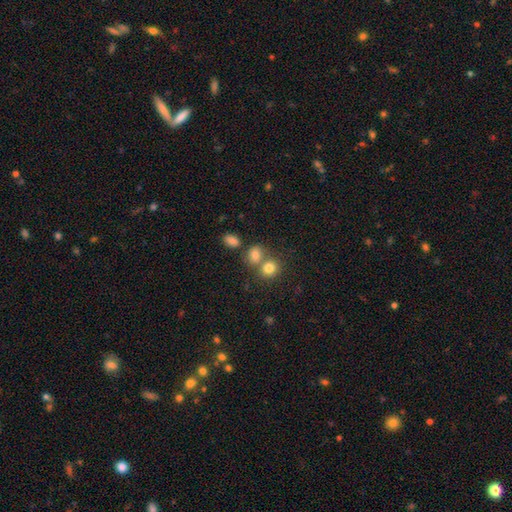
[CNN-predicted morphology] smooth-or-featured: smooth: 69% | star or artifact: 21% | featured or disk: 10%
  how-rounded: round: 72% | in between: 26% | cigar-shaped: 1%
  merging: none: 52% | merger: 37% | minor disturbance: 8% | major disturbance: 3%